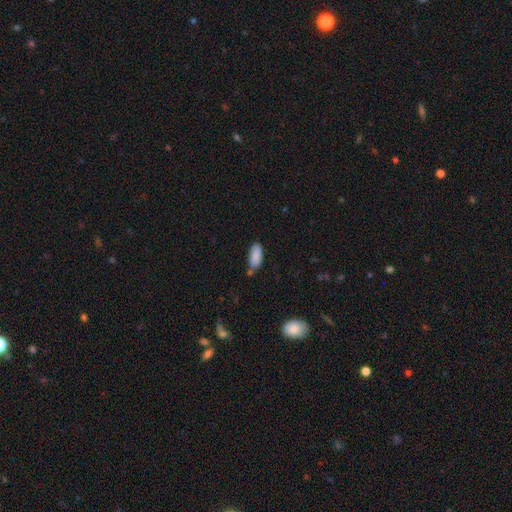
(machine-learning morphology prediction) smooth 87%, star or artifact 7%, featured or disk 6%. Down the decision tree: how rounded — in between (86%); merging — none (62%).